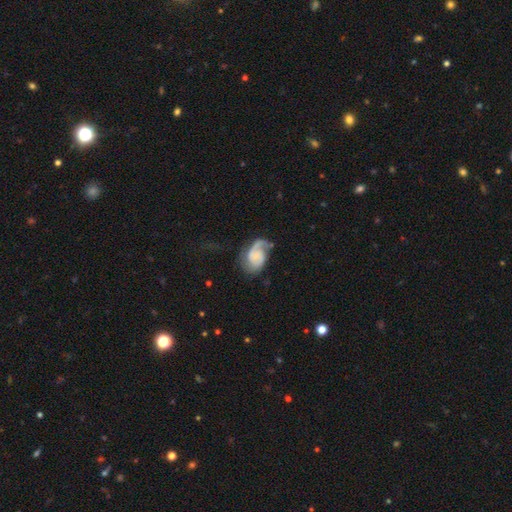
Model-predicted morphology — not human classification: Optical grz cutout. It shows a featured or disk galaxy (75%) with no bar (63%), 2 (53%) medium (42%) spiral arms (94%) and a small central bulge (45%). Merging: none (48%).